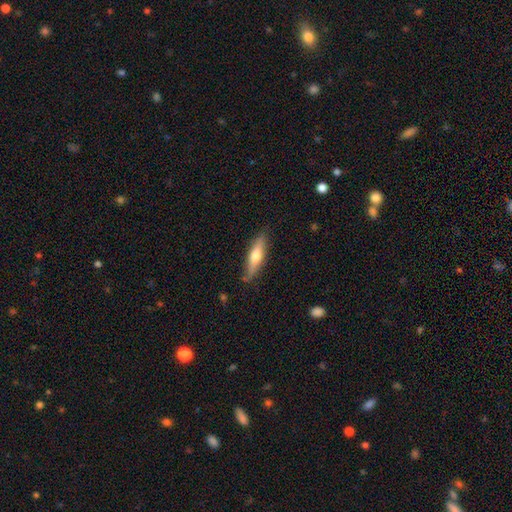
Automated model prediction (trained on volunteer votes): This is possibly a smooth galaxy (50%). How rounded: likely cigar-shaped (75%). Merging: clearly none (83%).